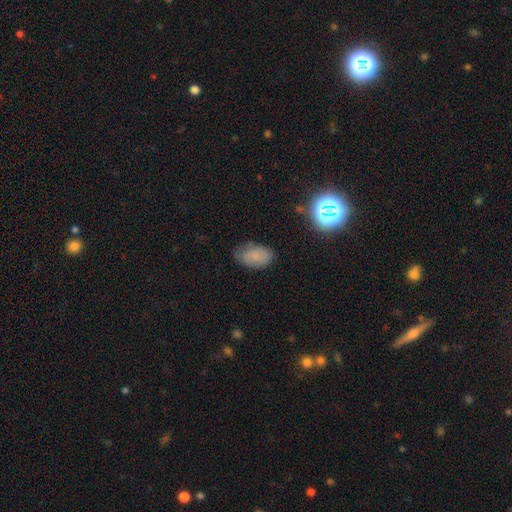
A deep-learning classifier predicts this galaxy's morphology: smooth-or-featured: smooth: 75% | star or artifact: 14% | featured or disk: 12%
  how-rounded: in between: 90% | round: 9% | cigar-shaped: 2%
  merging: none: 72% | minor disturbance: 21% | major disturbance: 5% | merger: 2%